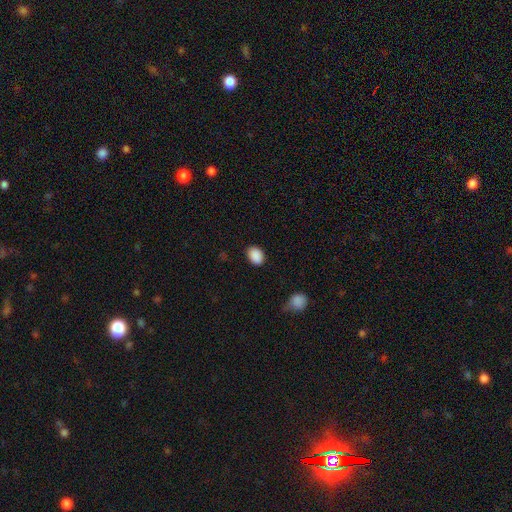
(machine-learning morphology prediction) This is clearly a smooth galaxy (90%). How rounded: likely in between (74%). Merging: clearly none (87%).